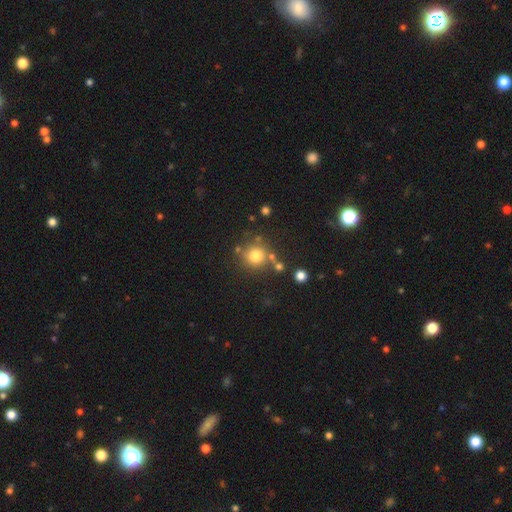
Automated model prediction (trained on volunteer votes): smooth_or_featured: smooth (p=0.77) [alt: star or artifact p=0.14]
how_rounded: round (p=0.92) [alt: in between p=0.08]
merging: none (p=0.72) [alt: merger p=0.12]